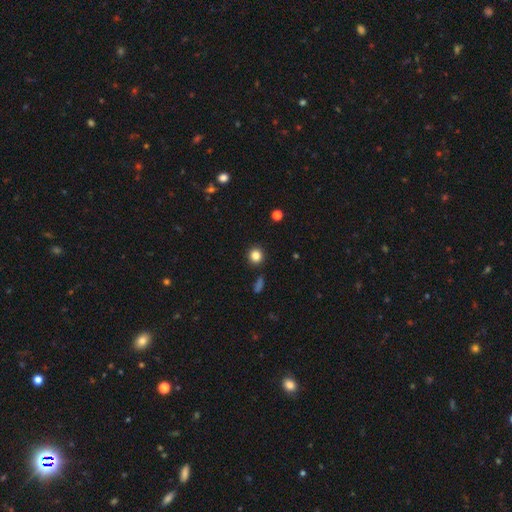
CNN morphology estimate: smooth_or_featured: smooth (p=0.84) [alt: star or artifact p=0.12]
how_rounded: round (p=0.90) [alt: in between p=0.09]
merging: none (p=0.90) [alt: minor disturbance p=0.06]